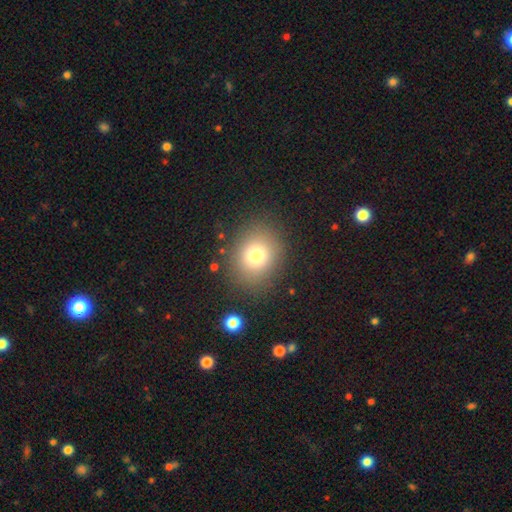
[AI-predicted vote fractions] A smooth galaxy with no disk features (76%) that is round (69%).

Vote fractions:
- Smooth or featured? smooth: 76% / star or artifact: 14% / featured or disk: 10%
- How rounded? round: 69% / in between: 30% / cigar-shaped: 1%
- Merging? none: 84% / minor disturbance: 9% / major disturbance: 5% / merger: 2%